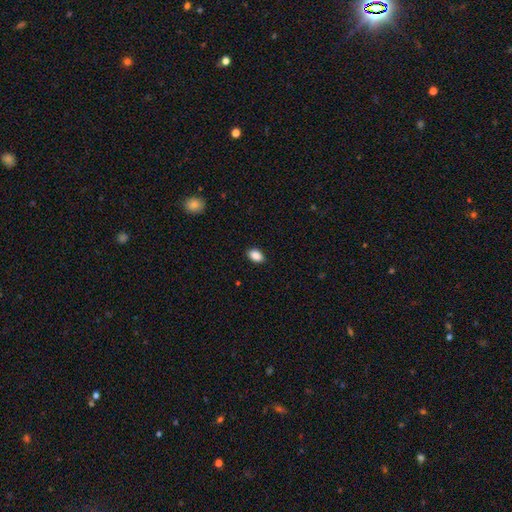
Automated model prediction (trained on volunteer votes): Morphology: type=smooth (89%); roundness=in between (88%); merging=none (88%).